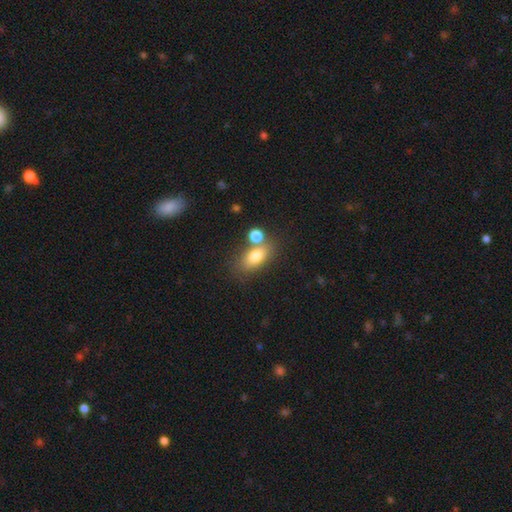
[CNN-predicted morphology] A smooth galaxy with no disk features (77%) that is in between round and cigar-shaped (80%).

Vote fractions:
- Smooth or featured? smooth: 77% / featured or disk: 14% / star or artifact: 10%
- How rounded? in between: 80% / round: 13% / cigar-shaped: 7%
- Merging? none: 57% / merger: 26% / minor disturbance: 13% / major disturbance: 5%